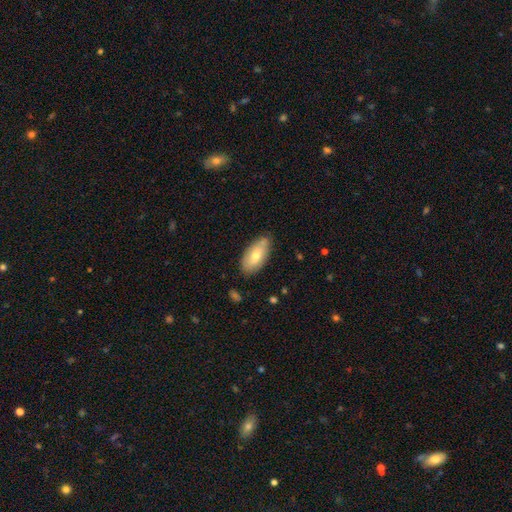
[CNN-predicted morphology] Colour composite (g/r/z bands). It shows a smooth galaxy with no disk features (69%) that is in between round and cigar-shaped (92%). Merging: none (74%).